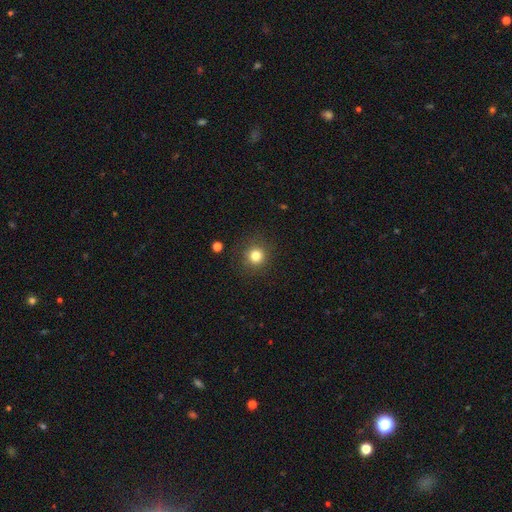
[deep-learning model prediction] Smooth or featured: smooth — 81% (star or artifact — 13%)
How rounded: round — 93% (in between — 6%)
Merging: none — 88% (minor disturbance — 8%)